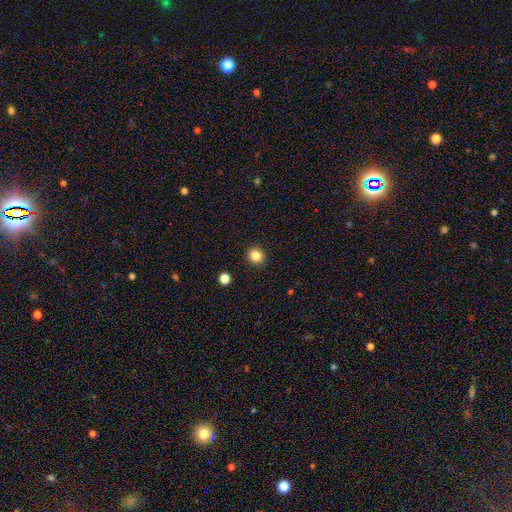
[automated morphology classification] The model was most divided on "how rounded": round: 82%, in between: 17%, cigar-shaped: 1%. More confident: merging — none (92%); smooth or featured — smooth (85%).